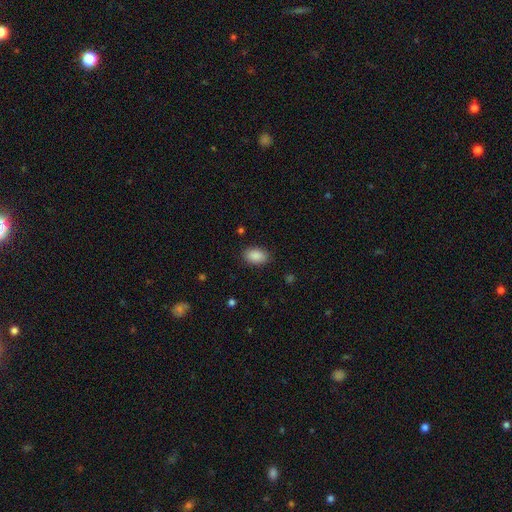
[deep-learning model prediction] A smooth galaxy with no disk features (89%) that is in between round and cigar-shaped (90%). Merging: none (87%).